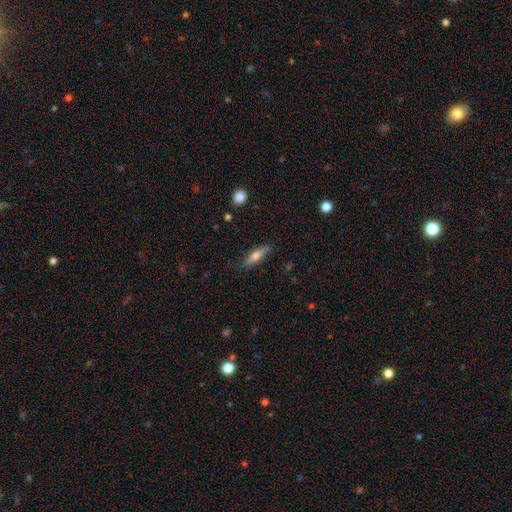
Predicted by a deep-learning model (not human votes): A smooth galaxy with no disk features (62%) that is cigar-shaped (63%). Merging: none (83%).